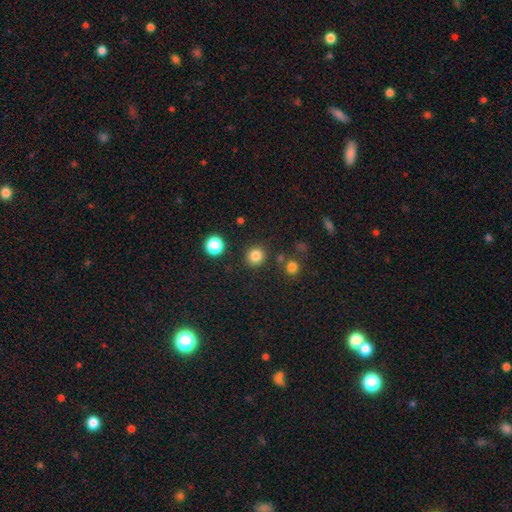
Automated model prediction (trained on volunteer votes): Smooth or featured?
  - smooth: 83% *
  - star or artifact: 13%
  - featured or disk: 4%
How rounded?
  - round: 92% *
  - in between: 7%
  - cigar-shaped: 1%
Merging?
  - none: 88% *
  - minor disturbance: 7%
  - merger: 3%
  - major disturbance: 3%